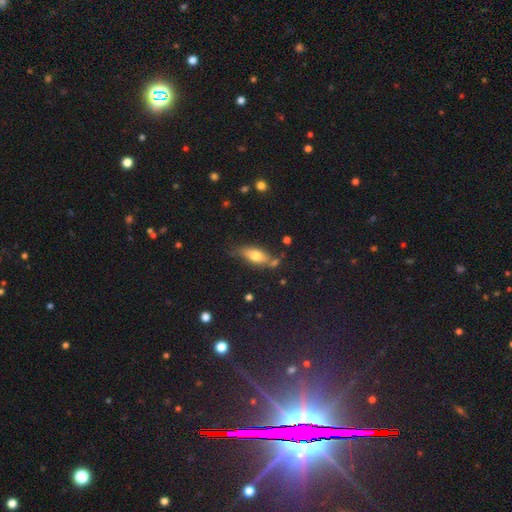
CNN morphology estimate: type=smooth (69%); roundness=in between (75%); merging=none (63%).